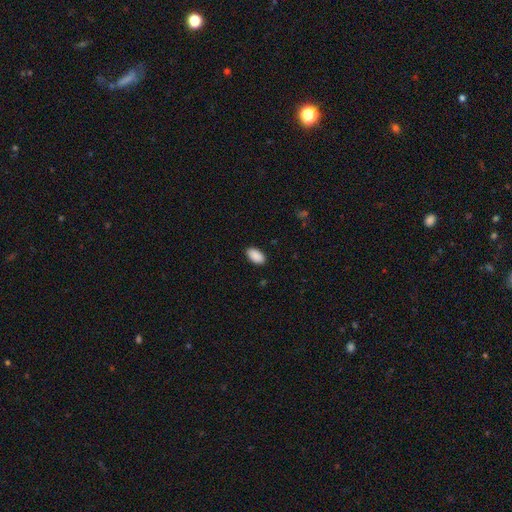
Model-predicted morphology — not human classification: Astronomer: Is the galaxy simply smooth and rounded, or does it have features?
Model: smooth — 91%.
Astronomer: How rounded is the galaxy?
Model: in between — 95%.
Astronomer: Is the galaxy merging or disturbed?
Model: none — 89%.